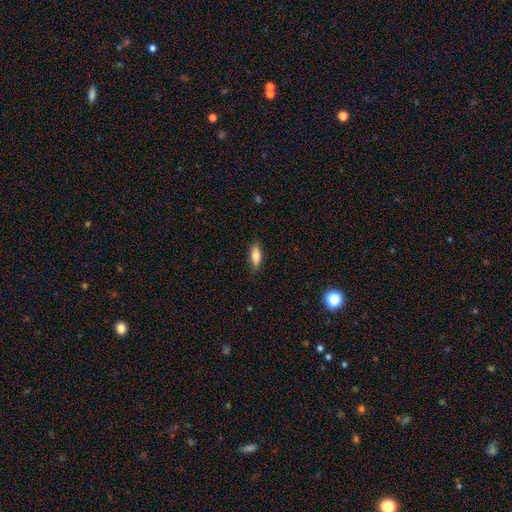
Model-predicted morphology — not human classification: Q: Smooth or featured?
A: smooth (72%); runner-up: featured or disk (21%)
Q: How rounded?
A: in between (65%); runner-up: cigar-shaped (32%)
Q: Merging?
A: none (86%); runner-up: minor disturbance (11%)